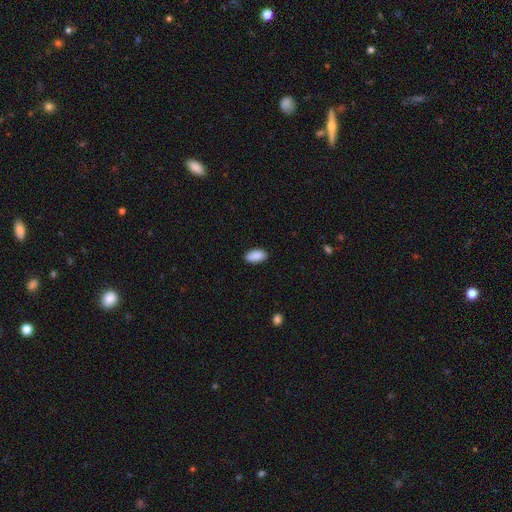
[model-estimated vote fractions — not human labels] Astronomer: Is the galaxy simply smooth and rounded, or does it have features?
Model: smooth — 90%.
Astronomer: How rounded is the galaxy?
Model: in between — 94%.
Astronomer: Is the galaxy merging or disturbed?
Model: none — 85%.